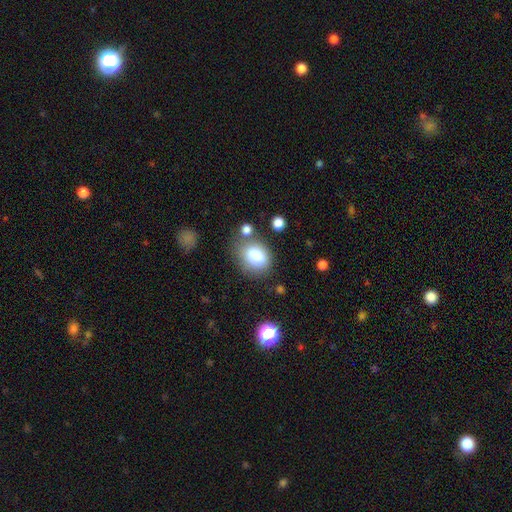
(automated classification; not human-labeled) This is clearly a smooth galaxy (83%). How rounded: possibly in between (58%). Merging: likely none (62%).